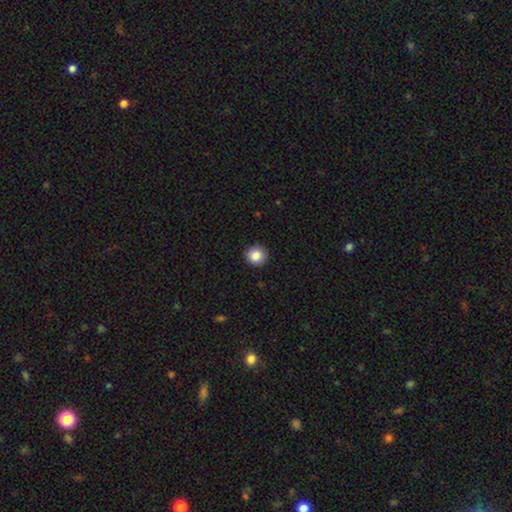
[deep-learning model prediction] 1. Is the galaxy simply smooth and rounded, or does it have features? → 86% smooth, 9% star or artifact, 5% featured or disk.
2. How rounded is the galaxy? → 94% round, 5% in between, 1% cigar-shaped.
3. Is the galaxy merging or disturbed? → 92% none, 5% minor disturbance, 2% major disturbance, 1% merger.